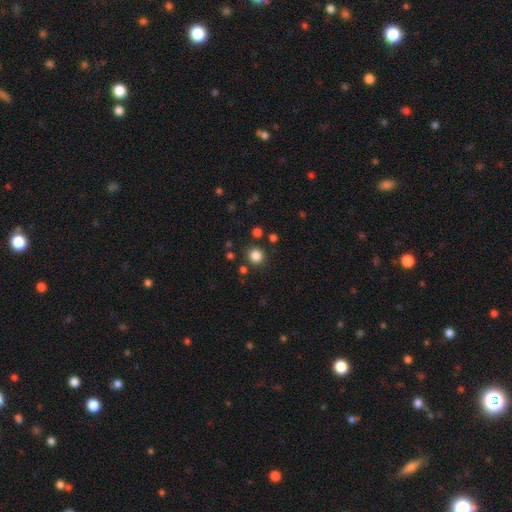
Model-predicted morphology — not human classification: A smooth galaxy with no disk features (83%) that is round (90%). Merging: none (86%).